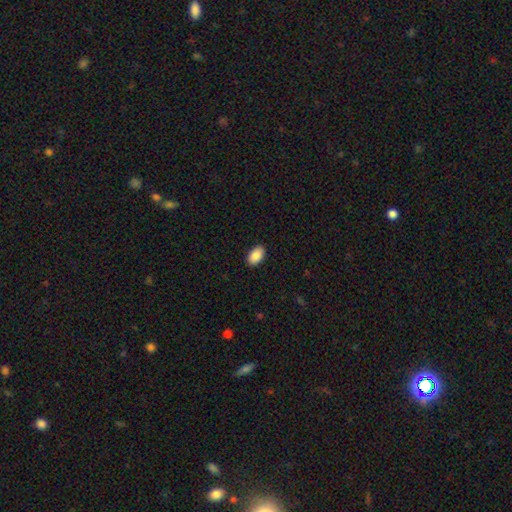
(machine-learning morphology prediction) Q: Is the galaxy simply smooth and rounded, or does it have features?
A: smooth — 89%.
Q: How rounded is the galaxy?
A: in between — 93%.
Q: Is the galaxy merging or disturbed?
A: none — 89%.